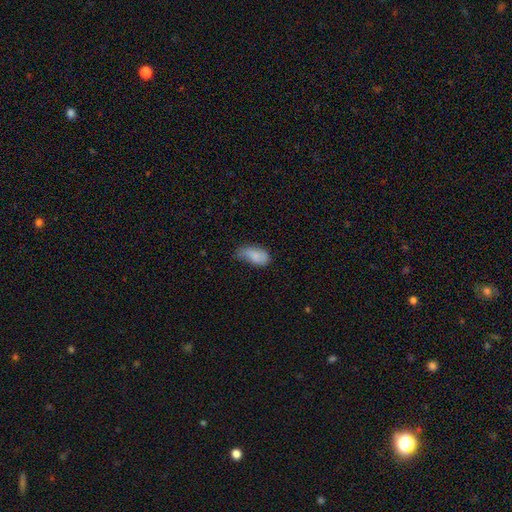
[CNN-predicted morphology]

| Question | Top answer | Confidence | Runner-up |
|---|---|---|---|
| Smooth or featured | smooth | 83% | featured or disk (10%) |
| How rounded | in between | 92% | cigar-shaped (5%) |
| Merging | minor disturbance | 46% | none (35%) |